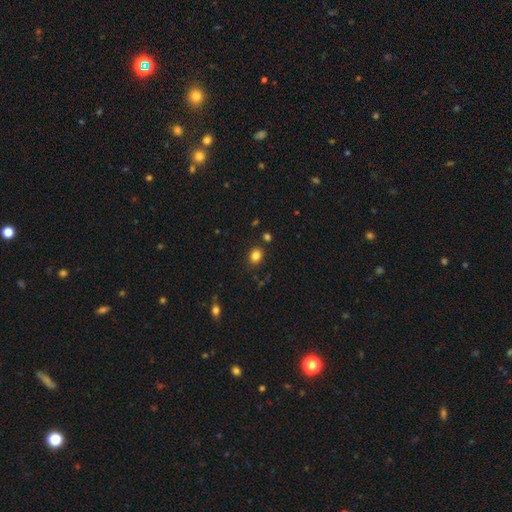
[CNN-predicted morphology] smooth_or_featured: smooth (p=0.83) [alt: star or artifact p=0.12]
how_rounded: round (p=0.57) [alt: in between p=0.42]
merging: none (p=0.85) [alt: minor disturbance p=0.09]